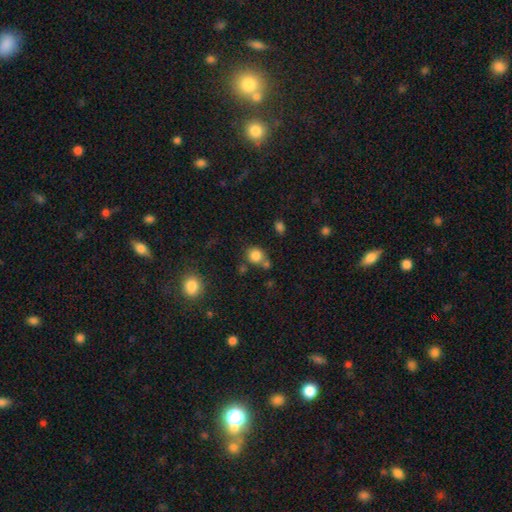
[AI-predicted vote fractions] Smooth or featured?
  - smooth: 82% *
  - star or artifact: 12%
  - featured or disk: 6%
How rounded?
  - round: 79% *
  - in between: 19%
  - cigar-shaped: 1%
Merging?
  - none: 60% *
  - merger: 23%
  - minor disturbance: 13%
  - major disturbance: 5%